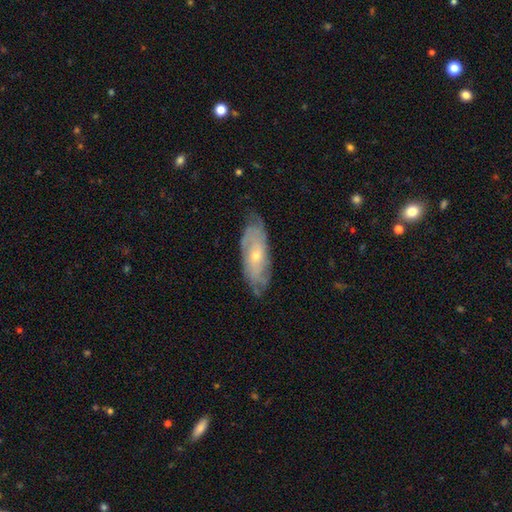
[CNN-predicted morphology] smooth_or_featured: featured or disk (p=0.69) [alt: smooth p=0.25]
disk_edge_on: no (p=0.83) [alt: yes p=0.17]
bar: no (p=0.75) [alt: weak p=0.21]
has_spiral_arms: yes (p=0.83) [alt: no p=0.17]
bulge_size: small (p=0.61) [alt: moderate p=0.36]
merging: none (p=0.72) [alt: minor disturbance p=0.22]